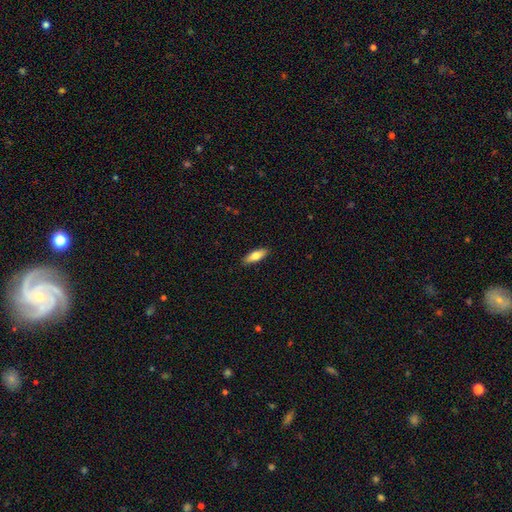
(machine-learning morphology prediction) smooth_or_featured: smooth (p=0.76) [alt: featured or disk p=0.18]
how_rounded: in between (p=0.60) [alt: cigar-shaped p=0.38]
merging: none (p=0.89) [alt: minor disturbance p=0.08]